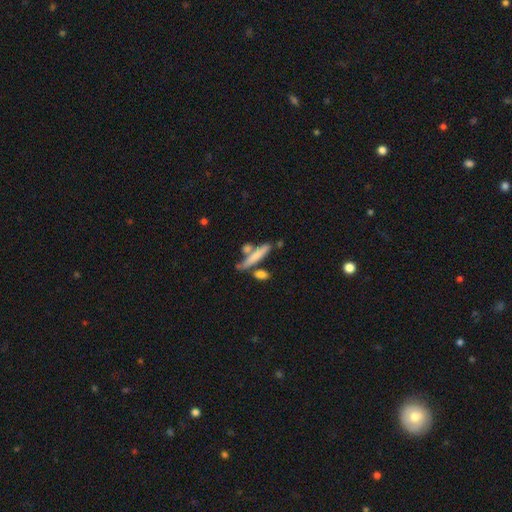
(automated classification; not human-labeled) Smooth or featured? smooth (72%)
How rounded? cigar-shaped (81%)
Merging? none (58%)